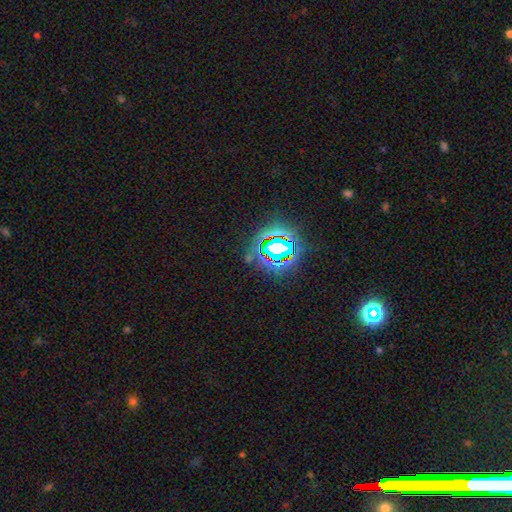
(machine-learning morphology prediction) Q: Smooth or featured?
A: star or artifact (82%); runner-up: smooth (11%)